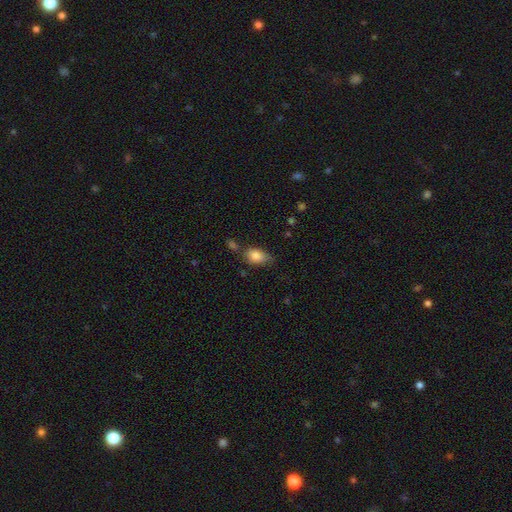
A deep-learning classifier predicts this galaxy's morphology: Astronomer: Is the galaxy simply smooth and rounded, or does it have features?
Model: smooth — 83%.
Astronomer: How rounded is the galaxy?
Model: in between — 85%.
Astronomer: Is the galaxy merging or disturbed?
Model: none — 56%.